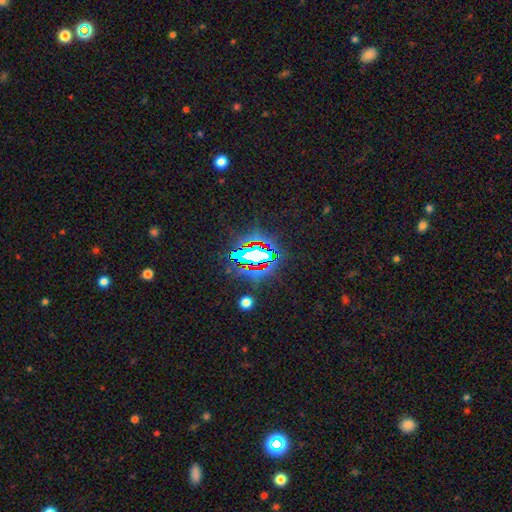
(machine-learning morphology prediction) Overall: star or artifact (68%).